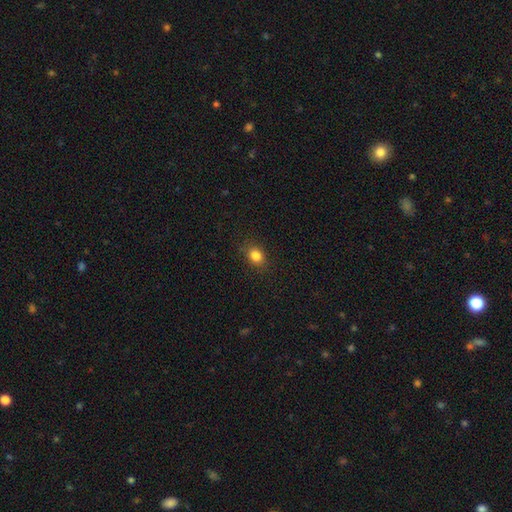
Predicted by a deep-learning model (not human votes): smooth-or-featured: smooth: 84% | star or artifact: 11% | featured or disk: 5%
  how-rounded: in between: 52% | round: 47% | cigar-shaped: 1%
  merging: none: 86% | minor disturbance: 10% | major disturbance: 3% | merger: 1%